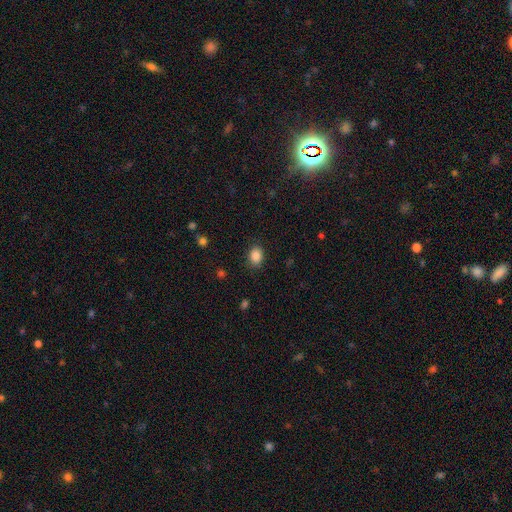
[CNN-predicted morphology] Q: Smooth or featured?
A: smooth (87%); runner-up: star or artifact (9%)
Q: How rounded?
A: in between (61%); runner-up: round (38%)
Q: Merging?
A: none (85%); runner-up: minor disturbance (10%)